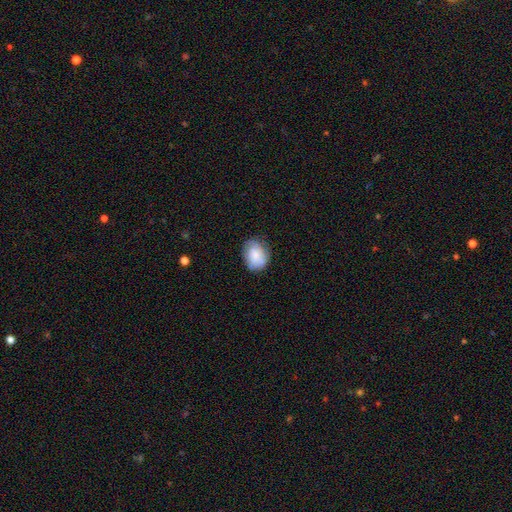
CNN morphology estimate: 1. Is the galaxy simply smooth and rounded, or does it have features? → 70% smooth, 23% featured or disk, 8% star or artifact.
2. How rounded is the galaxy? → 60% in between, 39% round, 1% cigar-shaped.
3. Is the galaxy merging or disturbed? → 70% none, 22% minor disturbance, 6% major disturbance, 1% merger.